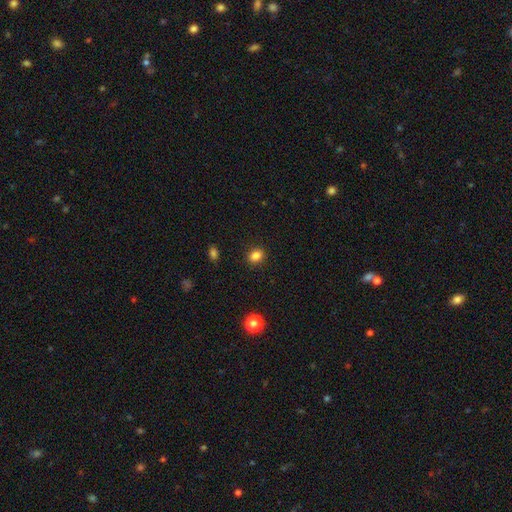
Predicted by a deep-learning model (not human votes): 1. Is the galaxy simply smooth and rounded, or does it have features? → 84% smooth, 11% star or artifact, 4% featured or disk.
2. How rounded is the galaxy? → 50% in between, 49% round, 1% cigar-shaped.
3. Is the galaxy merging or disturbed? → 89% none, 7% minor disturbance, 2% major disturbance, 1% merger.